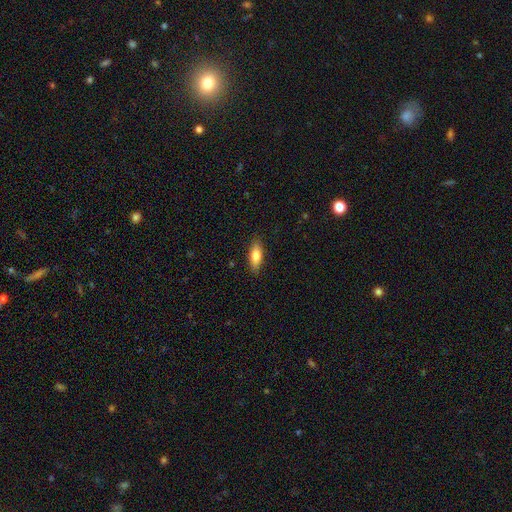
This appears to be a smooth galaxy with no disk features (76%) that is cigar-shaped (64%). Merging: none (83%).